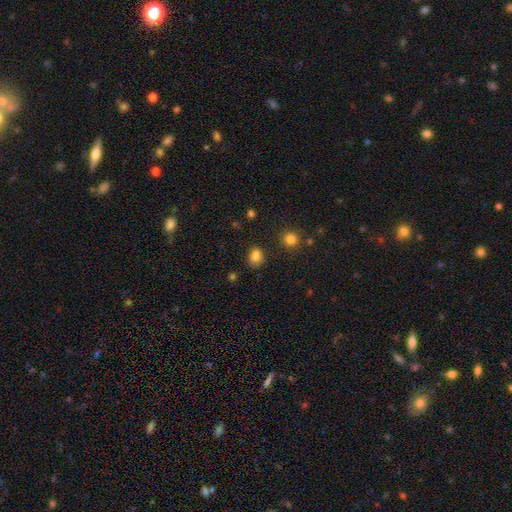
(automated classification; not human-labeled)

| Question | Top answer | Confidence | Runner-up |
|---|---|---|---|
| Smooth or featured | smooth | 82% | star or artifact (13%) |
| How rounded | in between | 56% | round (43%) |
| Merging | none | 74% | minor disturbance (17%) |